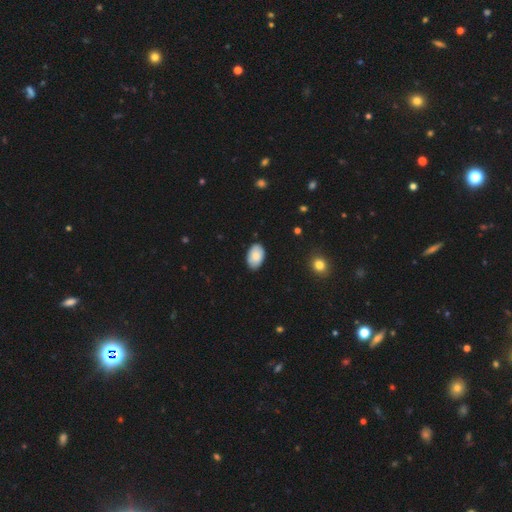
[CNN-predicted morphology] This is clearly a smooth galaxy (86%). How rounded: clearly in between (93%). Merging: clearly none (86%).